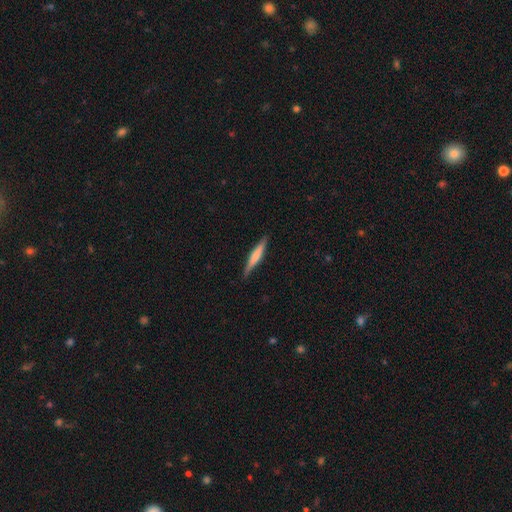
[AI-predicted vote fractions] This appears to be a smooth galaxy with no disk features (56%) that is cigar-shaped (92%). Merging: none (87%).